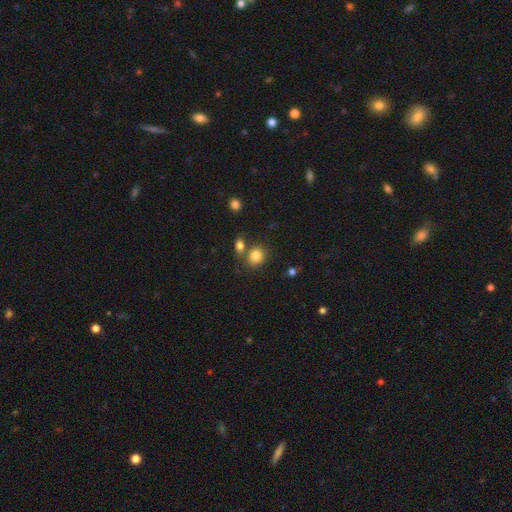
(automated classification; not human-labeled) Q: Smooth or featured?
A: smooth (83%); runner-up: star or artifact (10%)
Q: How rounded?
A: round (71%); runner-up: in between (28%)
Q: Merging?
A: none (64%); runner-up: merger (22%)